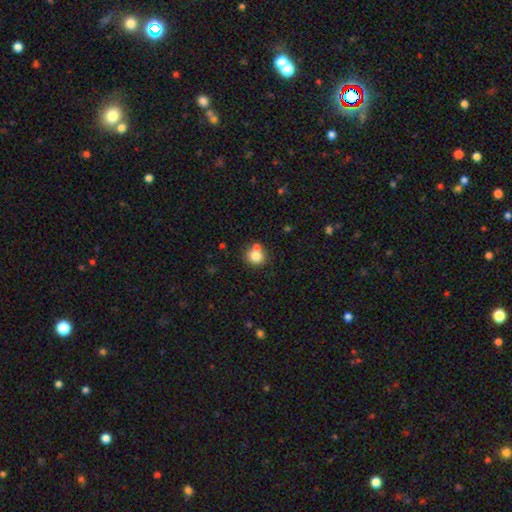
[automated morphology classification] Overall: smooth (79%). How rounded: round (85%). Merging: none (61%; merger 27%).